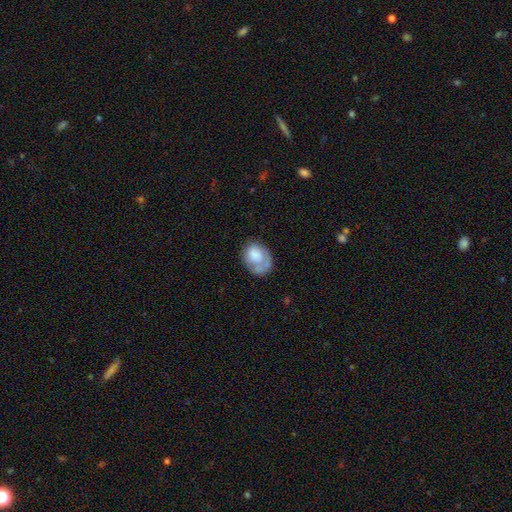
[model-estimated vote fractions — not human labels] Morphology: type=smooth (64%); roundness=in between (61%); merging=none (50%).